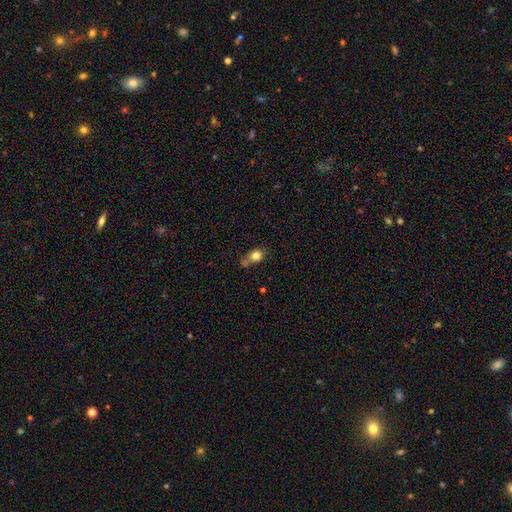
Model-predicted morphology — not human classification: Smooth or featured?
  - smooth: 79% *
  - star or artifact: 11%
  - featured or disk: 10%
How rounded?
  - round: 54% *
  - in between: 44%
  - cigar-shaped: 2%
Merging?
  - none: 45% *
  - merger: 23%
  - minor disturbance: 23%
  - major disturbance: 9%